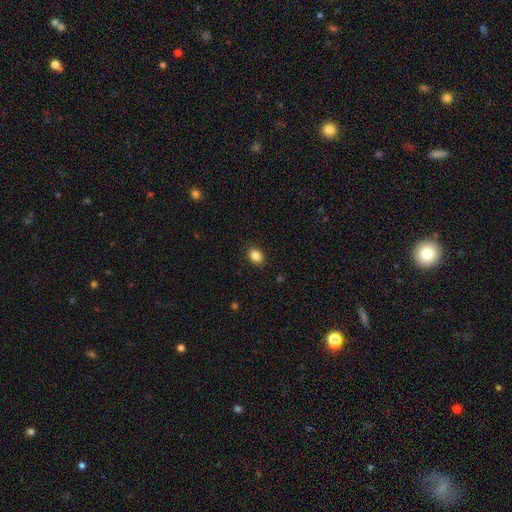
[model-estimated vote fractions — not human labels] This is clearly a smooth galaxy (86%). How rounded: likely in between (66%). Merging: clearly none (89%).